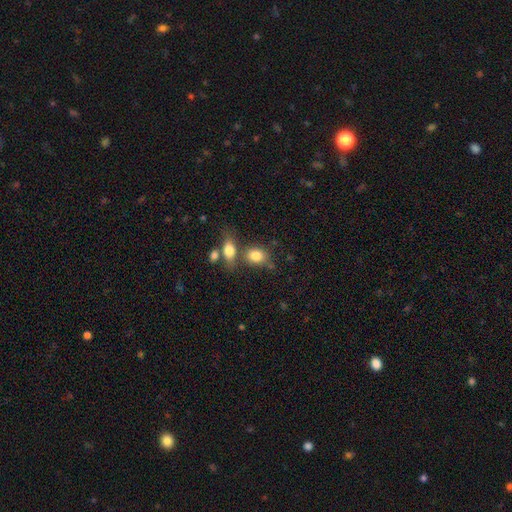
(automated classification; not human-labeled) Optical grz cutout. It shows a smooth galaxy with no disk features (82%) that is in between round and cigar-shaped (60%). Merging: none (51%).